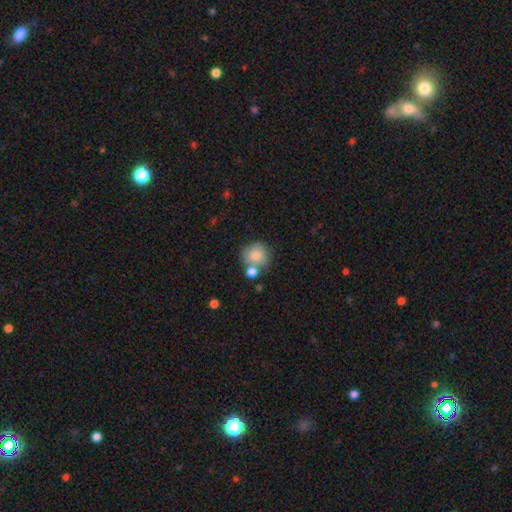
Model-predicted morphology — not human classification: The model was most divided on "merging": none: 62%, merger: 21%, minor disturbance: 13%, major disturbance: 4%. More confident: how rounded — round (87%); smooth or featured — smooth (82%).